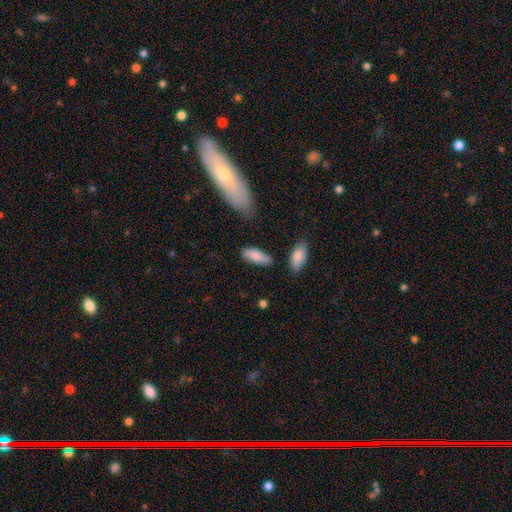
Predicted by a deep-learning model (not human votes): The model was most divided on "how rounded": in between: 75%, cigar-shaped: 23%, round: 2%. More confident: smooth or featured — smooth (84%); merging — none (75%).